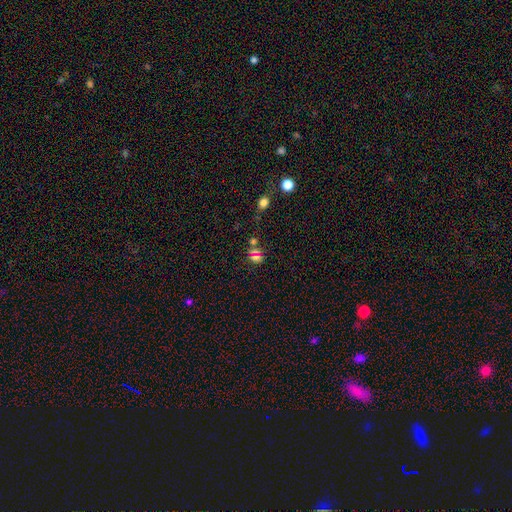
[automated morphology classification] A smooth galaxy with no disk features (50%) that is round (75%).

Vote fractions:
- Smooth or featured? smooth: 50% / star or artifact: 39% / featured or disk: 11%
- How rounded? round: 75% / in between: 23% / cigar-shaped: 2%
- Merging? none: 67% / merger: 14% / minor disturbance: 12% / major disturbance: 7%